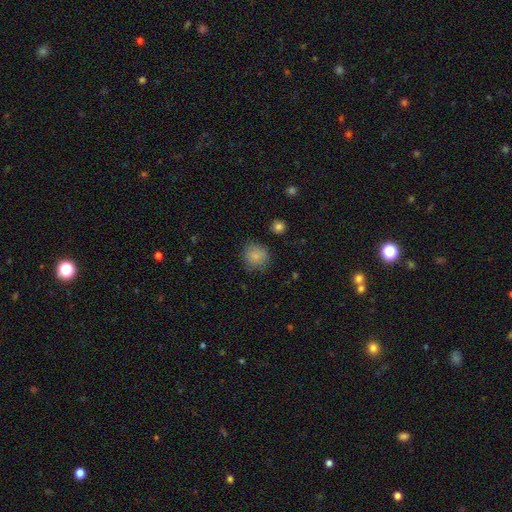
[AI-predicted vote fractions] smooth_or_featured: smooth (p=0.83) [alt: star or artifact p=0.10]
how_rounded: round (p=0.85) [alt: in between p=0.14]
merging: none (p=0.79) [alt: minor disturbance p=0.15]